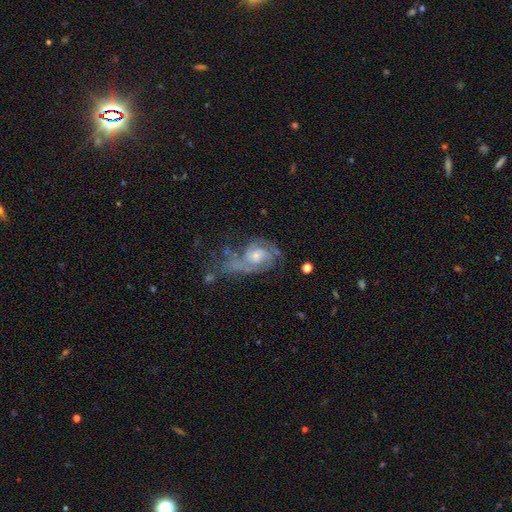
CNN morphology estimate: A featured or disk galaxy (79%) with no bar (58%), 2 (61%) medium (45%) spiral arms (90%) and a moderate central bulge (50%). Merging: none (37%).